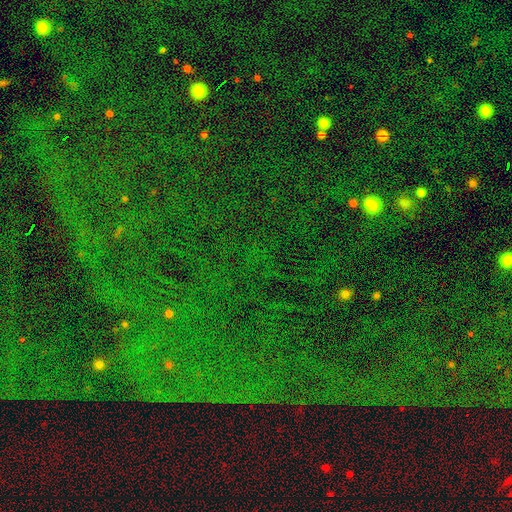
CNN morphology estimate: Smooth or featured?
  - star or artifact: 85% *
  - smooth: 8%
  - featured or disk: 7%